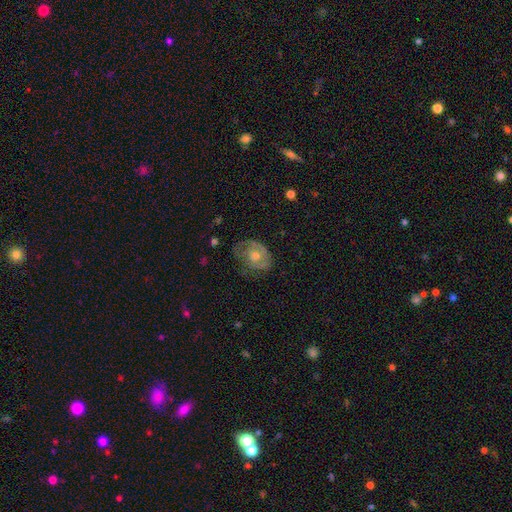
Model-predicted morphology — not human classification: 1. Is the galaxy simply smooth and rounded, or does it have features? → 72% featured or disk, 19% smooth, 8% star or artifact.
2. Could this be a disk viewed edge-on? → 97% no, 3% yes.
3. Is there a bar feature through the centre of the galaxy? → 76% no, 21% weak, 3% strong.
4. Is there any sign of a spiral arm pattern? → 83% yes, 17% no.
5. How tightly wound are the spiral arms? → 53% tight, 35% medium, 11% loose.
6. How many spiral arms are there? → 49% 2, 26% can't tell, 12% 1, 8% 3, 2% 4, 2% more than 4.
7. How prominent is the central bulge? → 62% moderate, 29% small, 5% large, 2% none, 1% dominant.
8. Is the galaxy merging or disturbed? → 67% none, 21% minor disturbance, 11% major disturbance, 1% merger.